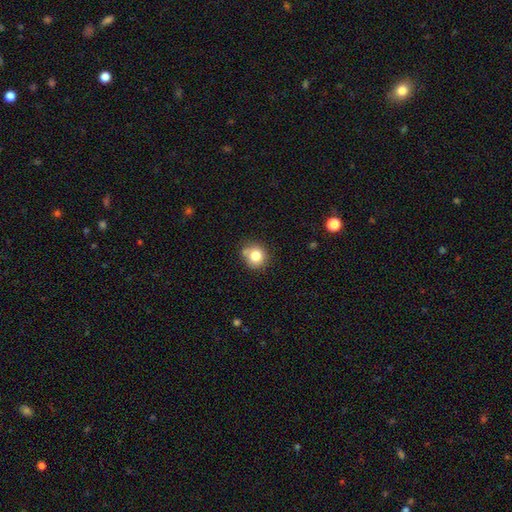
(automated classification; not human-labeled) This appears to be a smooth galaxy with no disk features (80%) that is round (85%). Merging: none (69%).